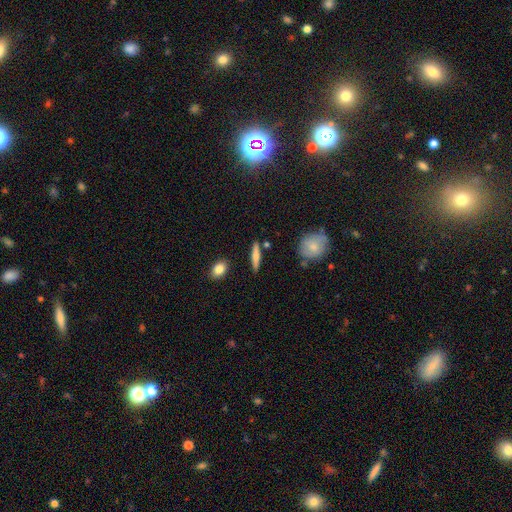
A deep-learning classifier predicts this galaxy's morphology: smooth_or_featured: smooth (p=0.58) [alt: featured or disk p=0.35]
how_rounded: cigar-shaped (p=0.82) [alt: in between p=0.15]
merging: none (p=0.86) [alt: minor disturbance p=0.09]